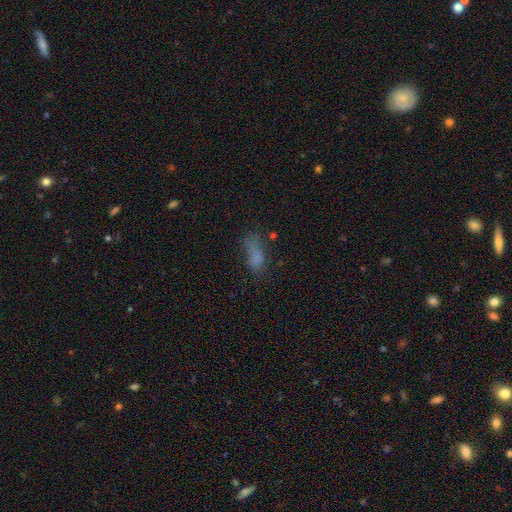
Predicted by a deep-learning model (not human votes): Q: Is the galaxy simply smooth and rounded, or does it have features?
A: smooth — 70%.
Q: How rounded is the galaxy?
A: in between — 72%.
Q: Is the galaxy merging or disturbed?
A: none — 46%.